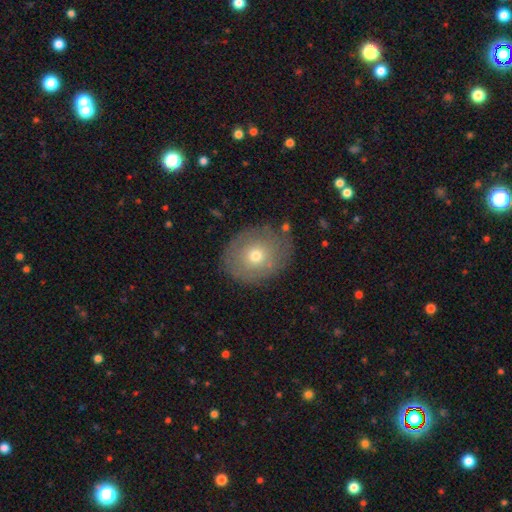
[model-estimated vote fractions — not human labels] A smooth galaxy with no disk features (61%) that is round (59%). Merging: none (79%).